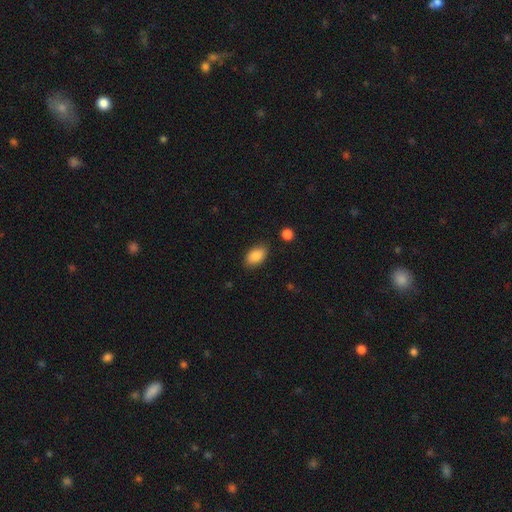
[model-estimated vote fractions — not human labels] Smooth or featured? smooth (87%)
How rounded? in between (92%)
Merging? none (83%)